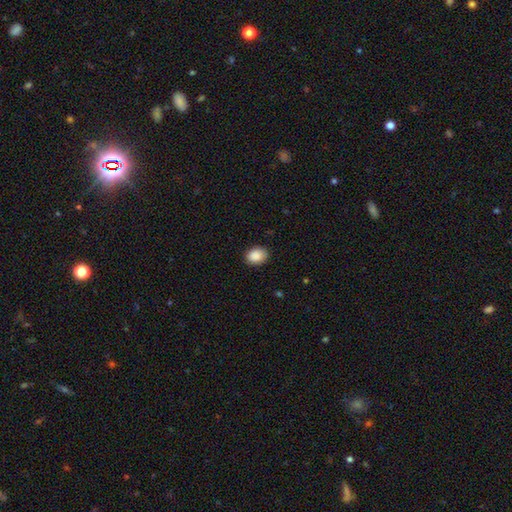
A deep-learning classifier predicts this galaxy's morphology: smooth 90%, star or artifact 7%, featured or disk 3%. Down the decision tree: how rounded — in between (63%); merging — none (86%).